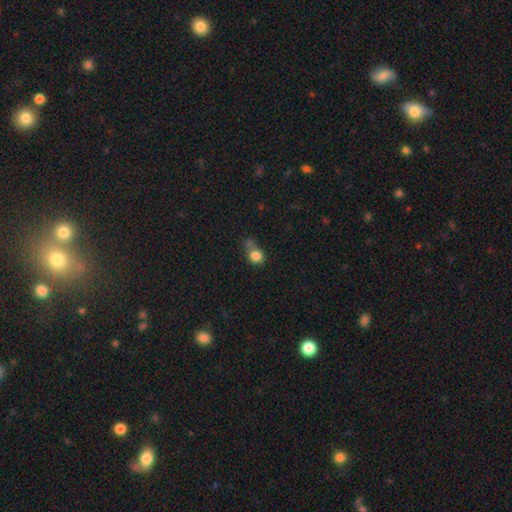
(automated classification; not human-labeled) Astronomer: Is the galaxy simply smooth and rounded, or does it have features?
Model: smooth — 81%.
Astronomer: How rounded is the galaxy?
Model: round — 75%.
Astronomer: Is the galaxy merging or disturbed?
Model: none — 42% (runner-up: merger, 34%).